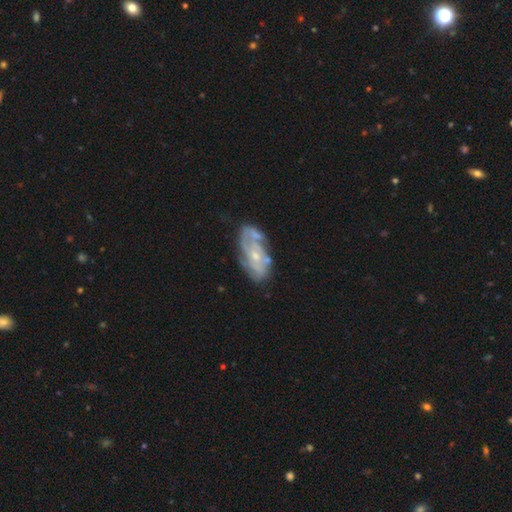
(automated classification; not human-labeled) Smooth or featured? featured or disk (75%)
Edge-on disk? no (93%)
Bar? no (71%)
Spiral arms? yes (78%)
Spiral winding? tight (49%)
Spiral arm count? can't tell (42%)
Bulge size? small (61%)
Merging? none (64%)